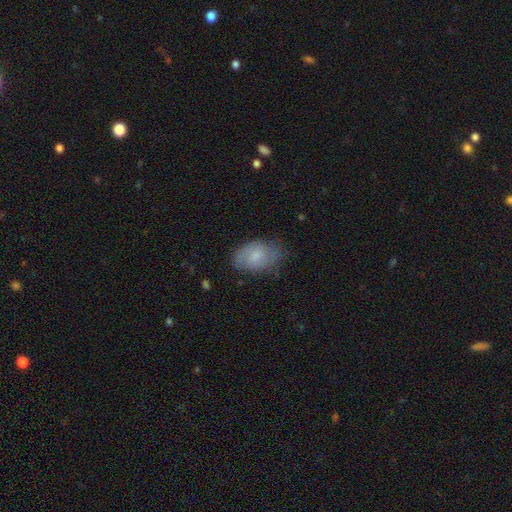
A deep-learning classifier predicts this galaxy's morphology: This is likely a smooth galaxy (65%). How rounded: clearly in between (88%). Merging: likely none (70%).